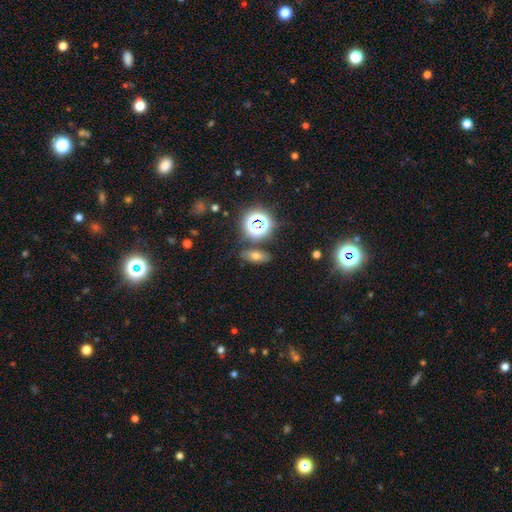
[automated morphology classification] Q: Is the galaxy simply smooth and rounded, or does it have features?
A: smooth — 57%.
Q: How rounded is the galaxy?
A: in between — 71%.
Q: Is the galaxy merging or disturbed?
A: none — 80%.